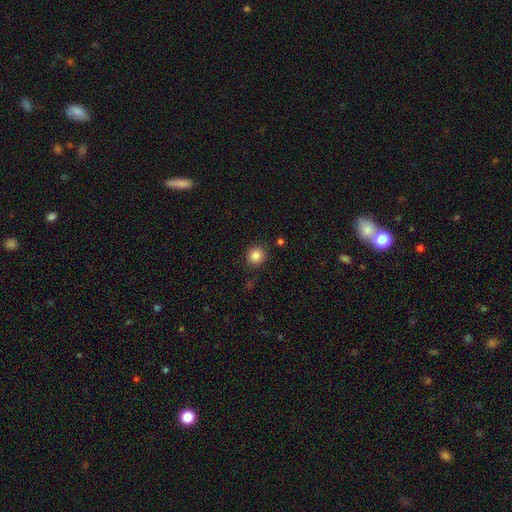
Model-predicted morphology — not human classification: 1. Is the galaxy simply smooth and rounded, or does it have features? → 84% smooth, 11% star or artifact, 5% featured or disk.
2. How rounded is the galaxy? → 88% round, 11% in between, 1% cigar-shaped.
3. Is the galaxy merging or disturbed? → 87% none, 8% minor disturbance, 3% major disturbance, 2% merger.